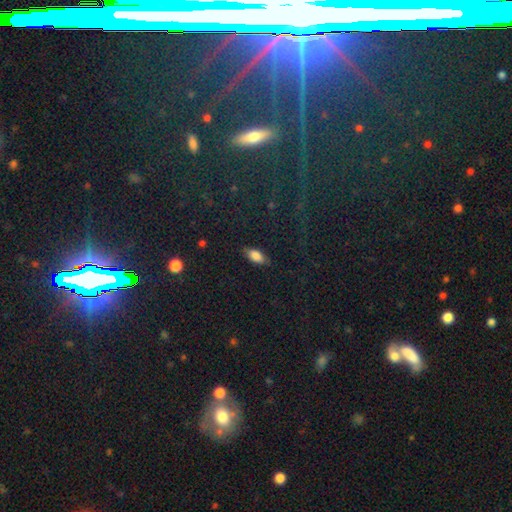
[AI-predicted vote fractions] Smooth or featured: smooth — 82% (featured or disk — 10%)
How rounded: in between — 87% (cigar-shaped — 11%)
Merging: none — 84% (minor disturbance — 12%)